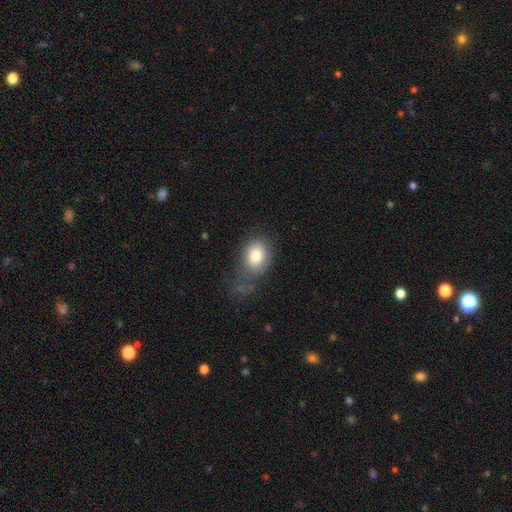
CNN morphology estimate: Smooth or featured?
  - smooth: 80% *
  - featured or disk: 12%
  - star or artifact: 8%
How rounded?
  - in between: 69% *
  - round: 30%
  - cigar-shaped: 1%
Merging?
  - none: 48% *
  - minor disturbance: 26%
  - major disturbance: 20%
  - merger: 5%